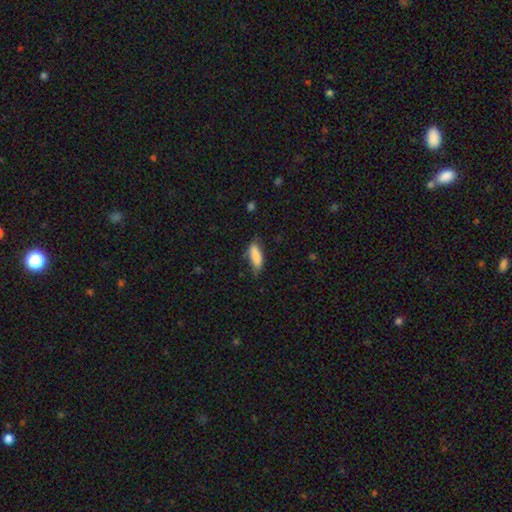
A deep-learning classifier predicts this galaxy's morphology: Overall: smooth (85%). How rounded: in between (70%). Merging: none (62%; minor disturbance 30%).